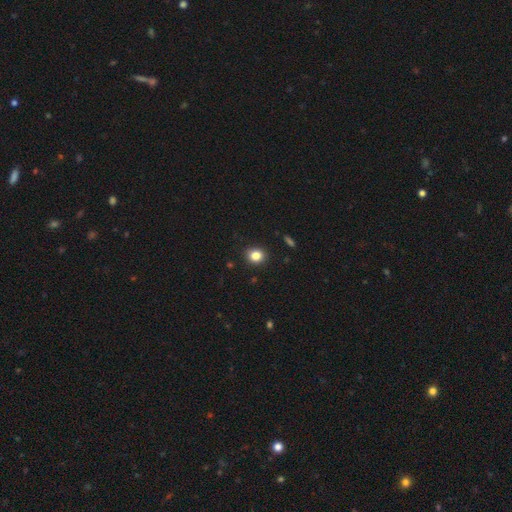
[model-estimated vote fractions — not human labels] smooth 83%, star or artifact 11%, featured or disk 6%. Down the decision tree: how rounded — round (74%); merging — none (90%).